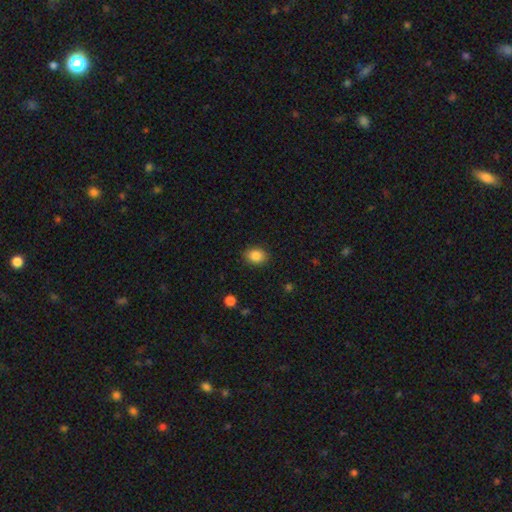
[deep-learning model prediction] This appears to be a smooth galaxy with no disk features (86%) that is in between round and cigar-shaped (60%). Merging: none (88%).